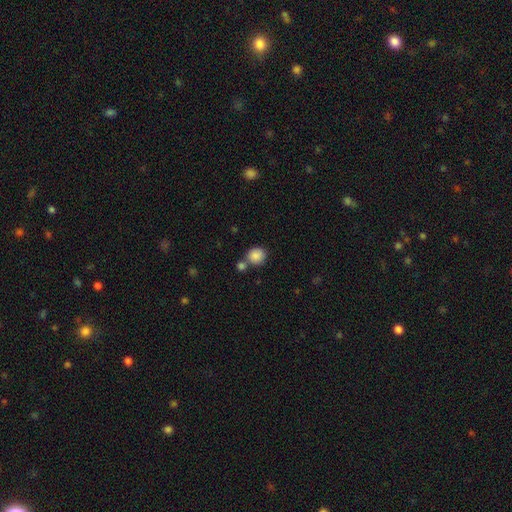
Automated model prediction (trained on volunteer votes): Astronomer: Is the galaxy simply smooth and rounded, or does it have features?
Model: smooth — 87%.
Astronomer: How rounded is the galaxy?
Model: round — 83%.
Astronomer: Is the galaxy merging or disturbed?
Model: none — 62%.